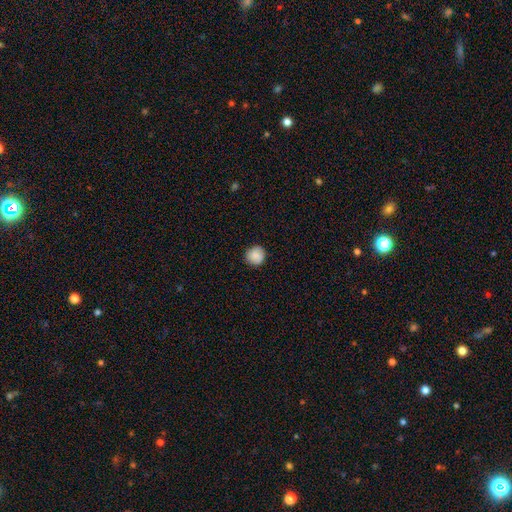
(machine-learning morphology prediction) Smooth or featured? Predicted: smooth (p=0.86). How rounded? Predicted: round (p=0.92). Merging? Predicted: none (p=0.88).